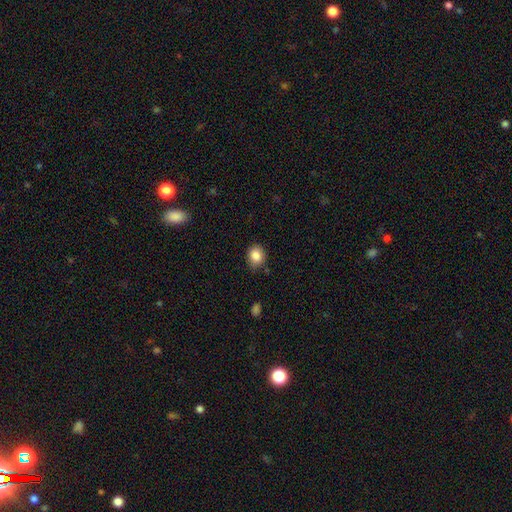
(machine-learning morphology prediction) smooth-or-featured: smooth: 86% | star or artifact: 9% | featured or disk: 5%
  how-rounded: round: 58% | in between: 41% | cigar-shaped: 1%
  merging: none: 81% | minor disturbance: 14% | major disturbance: 3% | merger: 2%